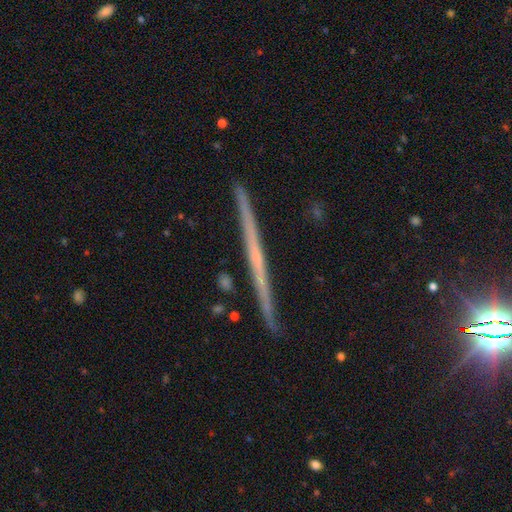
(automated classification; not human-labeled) Smooth or featured? featured or disk (72%)
Edge-on disk? yes (98%)
Edge-on bulge? none (77%)
Merging? none (92%)